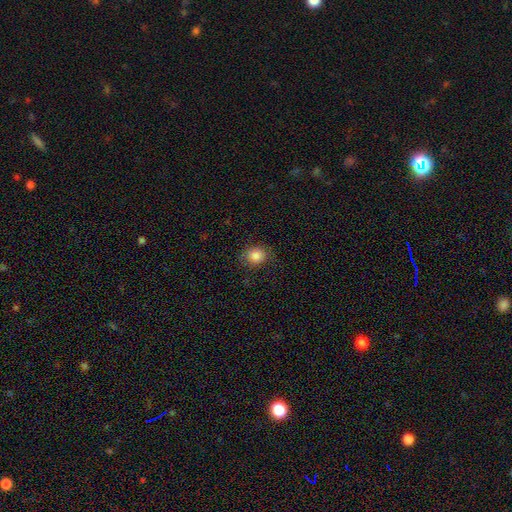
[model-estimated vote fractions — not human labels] The model was most divided on "how rounded": round: 66%, in between: 33%, cigar-shaped: 1%. More confident: smooth or featured — smooth (85%); merging — none (79%).